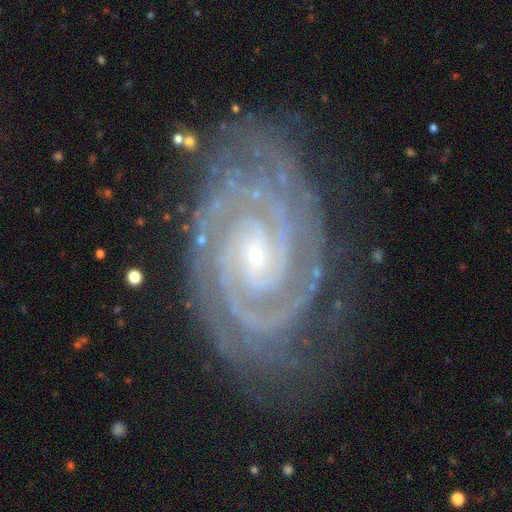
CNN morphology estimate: type=featured or disk (93%); edge-on=no (97%); bar=no (56%); spiral arms=yes (99%); winding=tight (85%); arm count=2 (63%); bulge=small (81%); merging=none (79%).